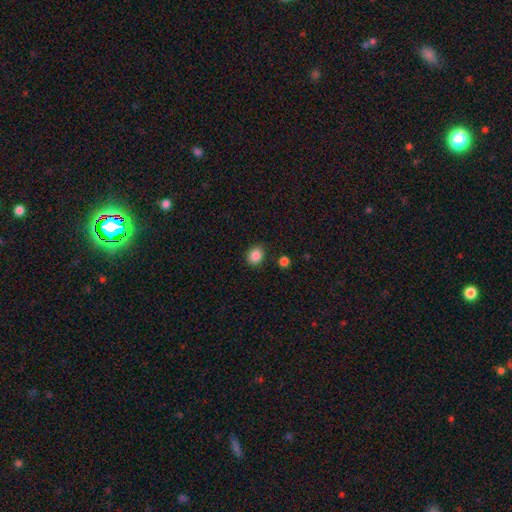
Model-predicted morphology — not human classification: smooth_or_featured: smooth (p=0.87) [alt: star or artifact p=0.10]
how_rounded: round (p=0.60) [alt: in between p=0.39]
merging: none (p=0.87) [alt: minor disturbance p=0.08]